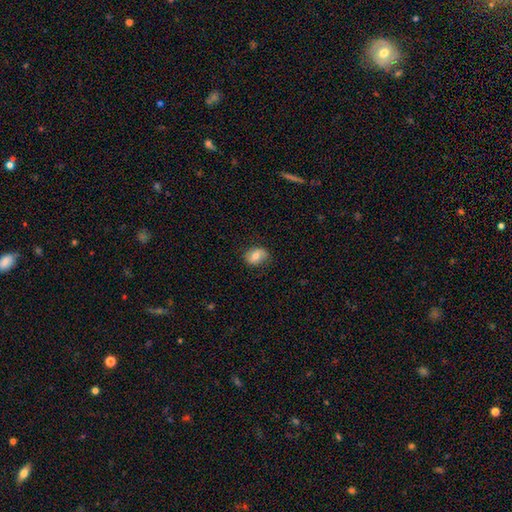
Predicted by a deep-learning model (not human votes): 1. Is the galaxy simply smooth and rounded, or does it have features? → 70% smooth, 22% featured or disk, 8% star or artifact.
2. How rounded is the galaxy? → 67% in between, 32% round, 1% cigar-shaped.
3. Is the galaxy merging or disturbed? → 79% none, 16% minor disturbance, 4% major disturbance, 1% merger.